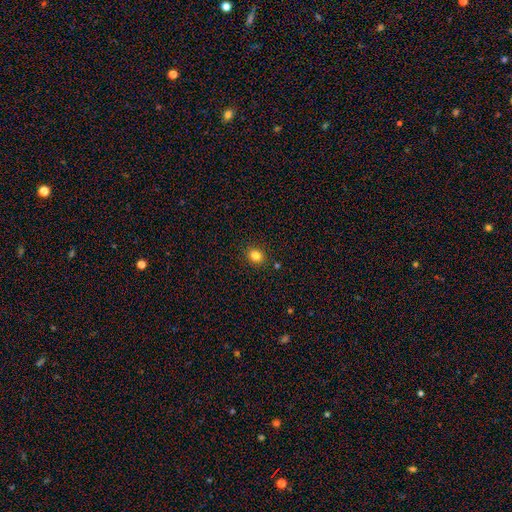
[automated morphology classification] The model was most divided on "how rounded": round: 56%, in between: 43%, cigar-shaped: 1%. More confident: merging — none (88%); smooth or featured — smooth (83%).